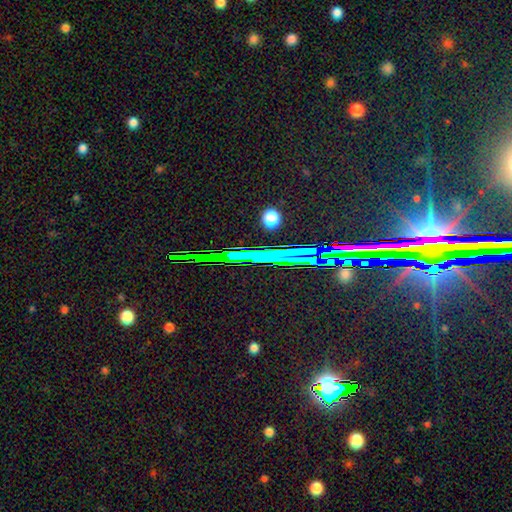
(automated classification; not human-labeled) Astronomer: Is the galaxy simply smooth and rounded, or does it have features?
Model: star or artifact — 71%.